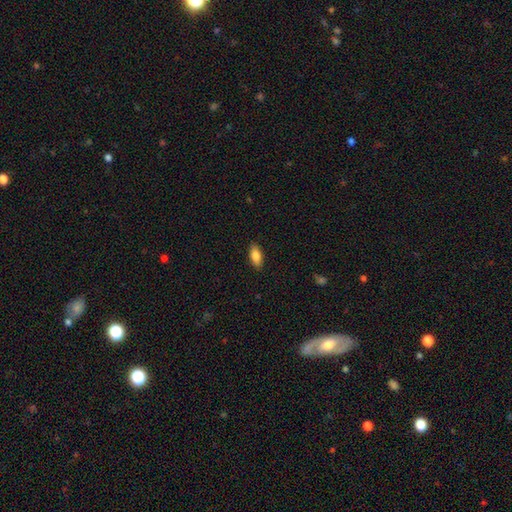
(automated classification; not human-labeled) smooth_or_featured: smooth (p=0.83) [alt: featured or disk p=0.10]
how_rounded: in between (p=0.84) [alt: cigar-shaped p=0.14]
merging: none (p=0.88) [alt: minor disturbance p=0.09]